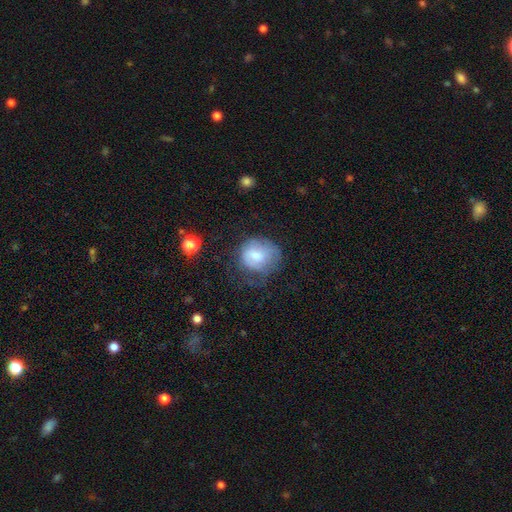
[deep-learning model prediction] smooth_or_featured: smooth (p=0.67) [alt: featured or disk p=0.25]
how_rounded: round (p=0.73) [alt: in between p=0.26]
merging: none (p=0.39) [alt: minor disturbance p=0.30]